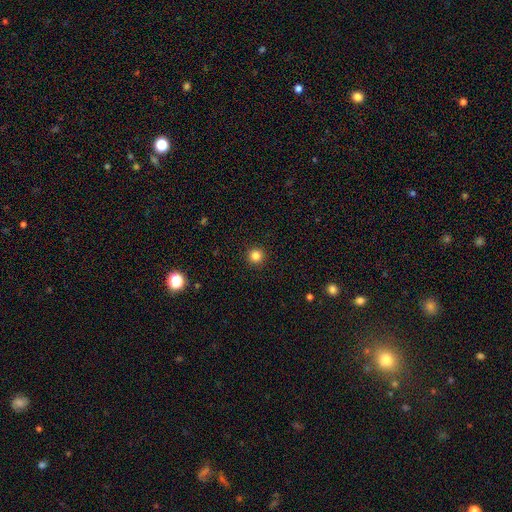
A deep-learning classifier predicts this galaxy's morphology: Q: Smooth or featured?
A: smooth (83%); runner-up: star or artifact (12%)
Q: How rounded?
A: round (96%); runner-up: in between (3%)
Q: Merging?
A: none (93%); runner-up: minor disturbance (4%)